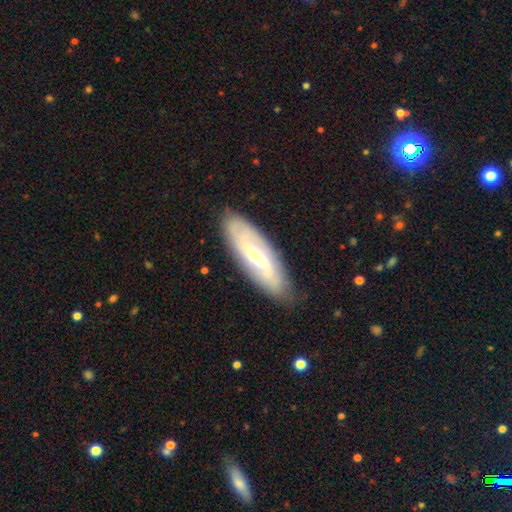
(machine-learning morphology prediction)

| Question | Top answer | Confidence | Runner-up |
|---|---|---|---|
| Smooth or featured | featured or disk | 62% | smooth (32%) |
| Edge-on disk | no | 80% | yes (20%) |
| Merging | none | 82% | minor disturbance (13%) |